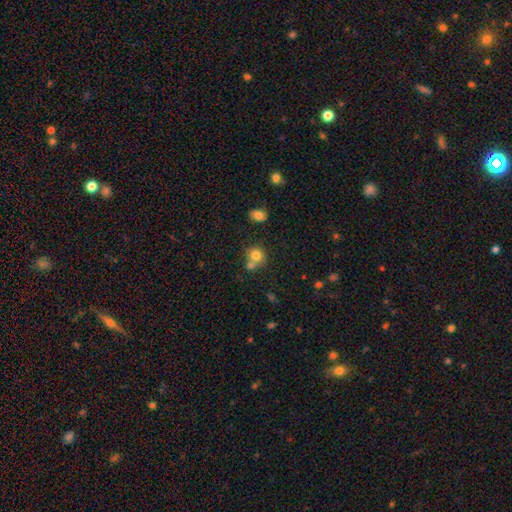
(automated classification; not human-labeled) This appears to be a smooth galaxy with no disk features (78%) that is round (81%). Merging: none (48%).